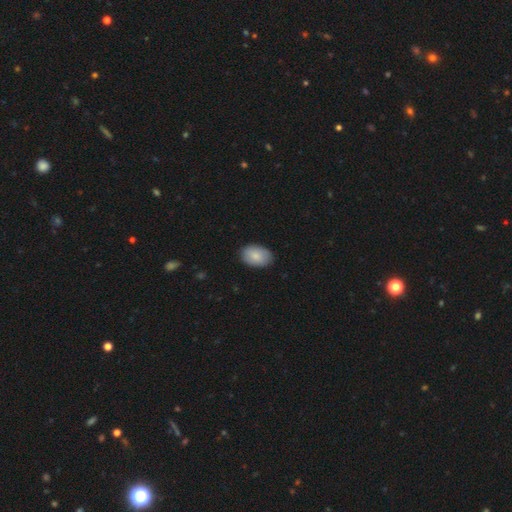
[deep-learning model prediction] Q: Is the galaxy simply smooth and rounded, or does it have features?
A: smooth — 84%.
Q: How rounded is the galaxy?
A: in between — 89%.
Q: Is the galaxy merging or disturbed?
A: none — 87%.